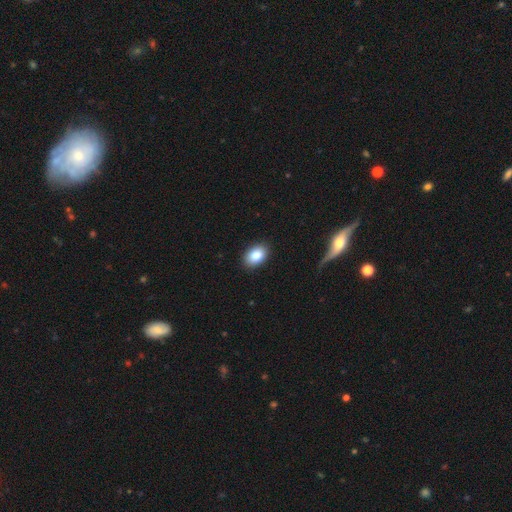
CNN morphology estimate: The model was most divided on "how rounded": in between: 84%, round: 14%, cigar-shaped: 1%. More confident: merging — none (89%); smooth or featured — smooth (85%).